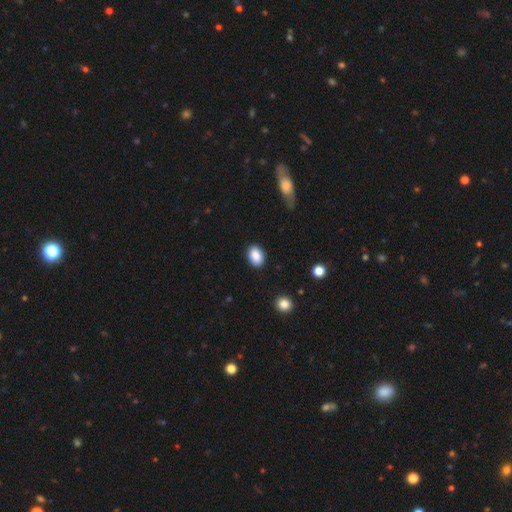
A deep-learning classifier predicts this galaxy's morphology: smooth 89%, star or artifact 7%, featured or disk 4%. Down the decision tree: how rounded — in between (80%); merging — none (88%).